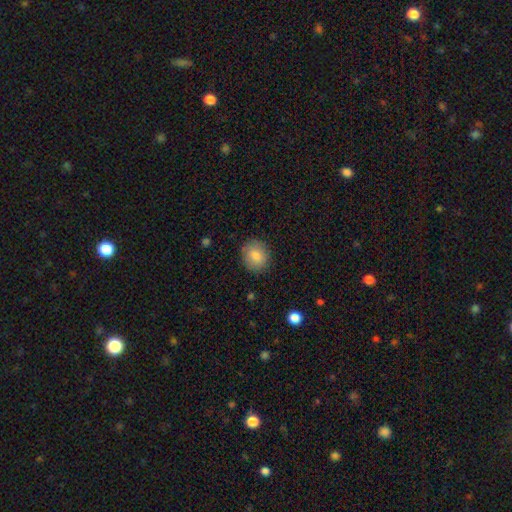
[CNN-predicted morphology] Q: Smooth or featured?
A: smooth (82%); runner-up: featured or disk (10%)
Q: How rounded?
A: round (73%); runner-up: in between (26%)
Q: Merging?
A: none (86%); runner-up: minor disturbance (10%)